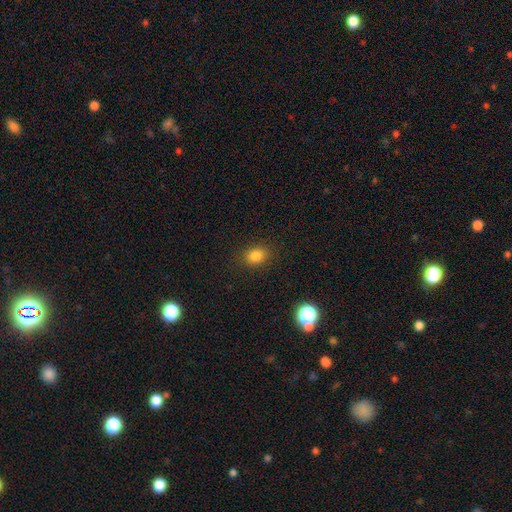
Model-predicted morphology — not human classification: Q: Smooth or featured?
A: smooth (82%); runner-up: star or artifact (12%)
Q: How rounded?
A: in between (61%); runner-up: round (38%)
Q: Merging?
A: none (87%); runner-up: minor disturbance (9%)